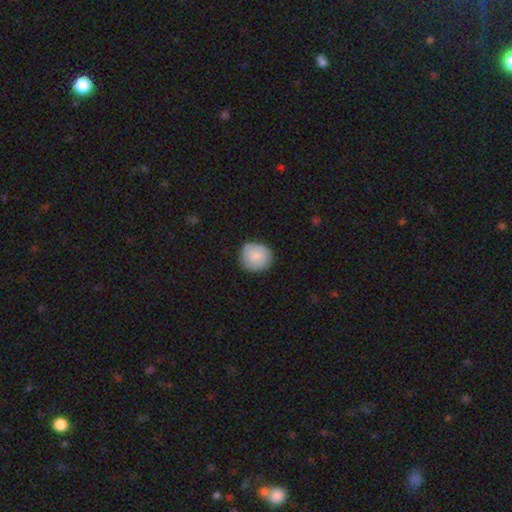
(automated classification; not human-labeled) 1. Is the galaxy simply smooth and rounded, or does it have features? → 78% smooth, 15% featured or disk, 6% star or artifact.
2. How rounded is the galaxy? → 87% round, 12% in between, 1% cigar-shaped.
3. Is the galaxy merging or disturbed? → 81% none, 15% minor disturbance, 3% major disturbance, 1% merger.